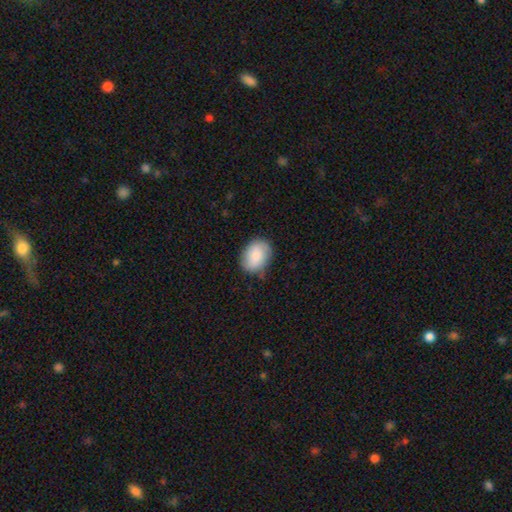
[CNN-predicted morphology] Q: Smooth or featured?
A: smooth (82%); runner-up: featured or disk (12%)
Q: How rounded?
A: in between (66%); runner-up: round (33%)
Q: Merging?
A: none (71%); runner-up: minor disturbance (23%)